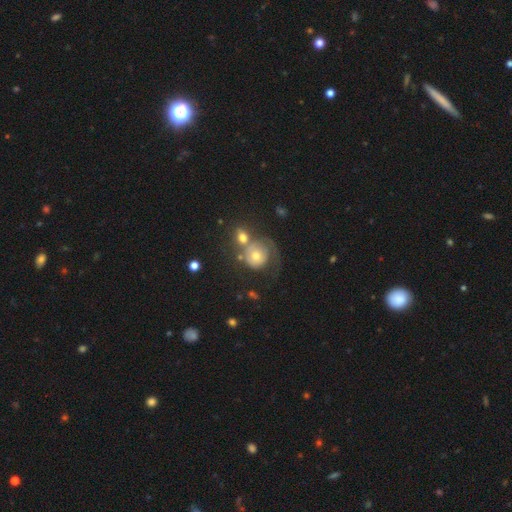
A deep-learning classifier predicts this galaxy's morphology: Overall: featured or disk (49%; smooth 41%). Merging: none (34%; merger 31%).